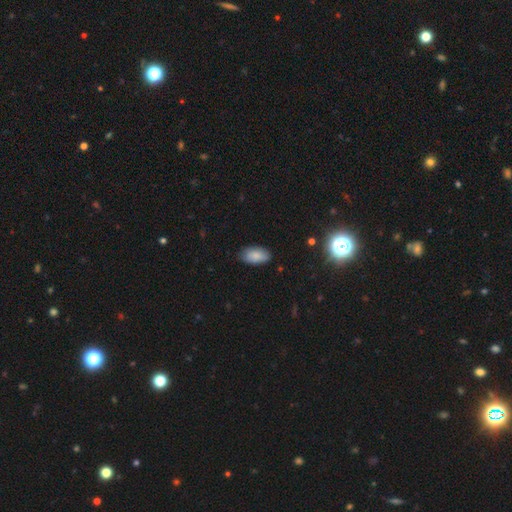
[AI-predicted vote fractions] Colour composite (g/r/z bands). It shows a smooth galaxy with no disk features (84%) that is in between round and cigar-shaped (94%). Merging: none (79%).